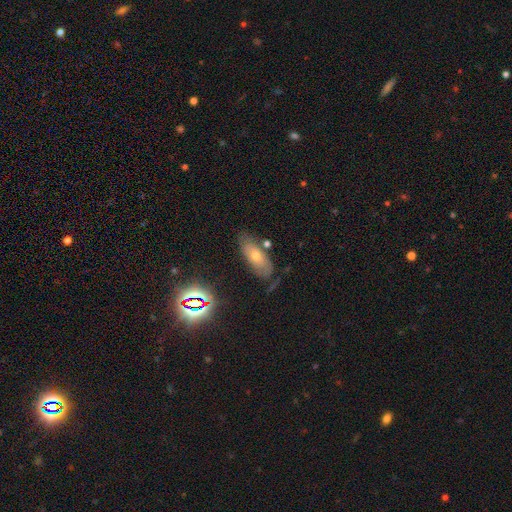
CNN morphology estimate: Smooth or featured: smooth — 51% (featured or disk — 35%)
How rounded: in between — 81% (cigar-shaped — 15%)
Merging: none — 67% (minor disturbance — 21%)